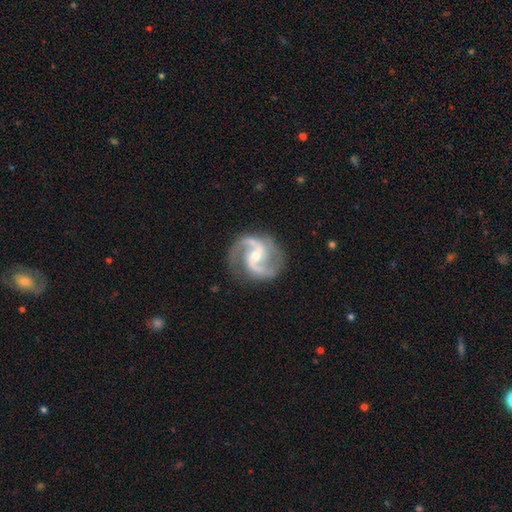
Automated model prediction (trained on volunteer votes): A featured or disk galaxy (93%) with a weak bar (42%), 2 (93%) medium (61%) spiral arms (98%) and a small central bulge (53%). Merging: none (82%).